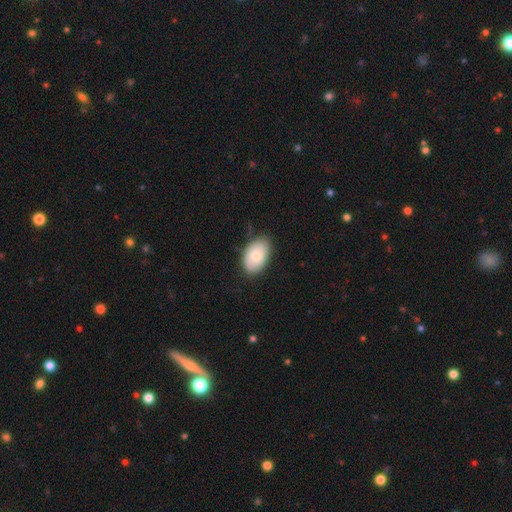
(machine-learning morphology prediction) A smooth galaxy with no disk features (76%) that is in between round and cigar-shaped (91%). Merging: none (78%).